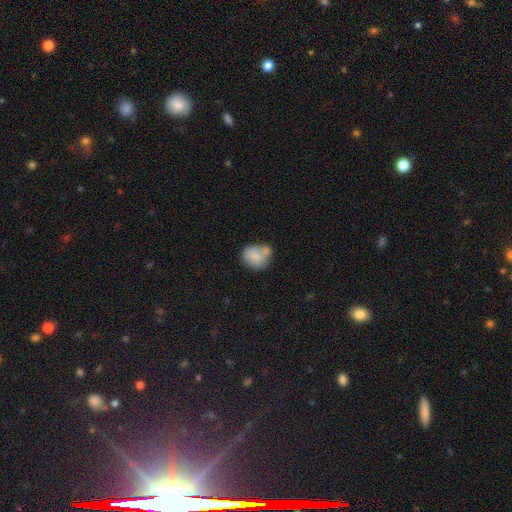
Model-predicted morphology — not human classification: This appears to be a smooth galaxy with no disk features (77%) that is round (51%). Merging: none (36%, tied with merger).